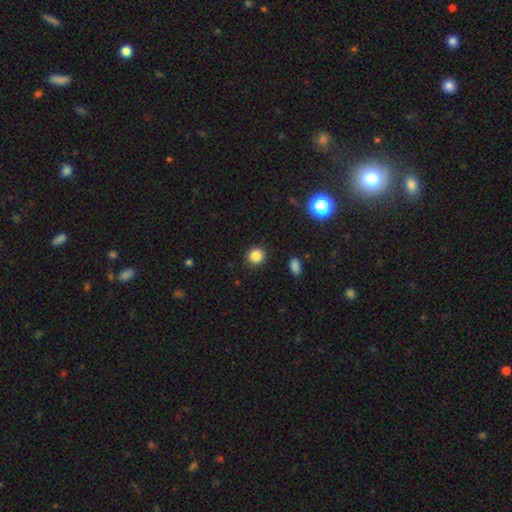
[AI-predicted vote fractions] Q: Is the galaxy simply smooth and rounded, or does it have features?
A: smooth — 85%.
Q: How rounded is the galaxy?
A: round — 90%.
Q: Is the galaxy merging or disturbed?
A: none — 91%.